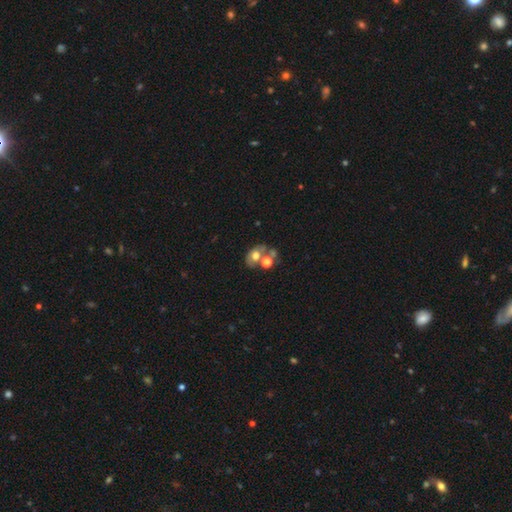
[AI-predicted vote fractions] The model was most divided on "merging": merger: 44%, none: 34%, minor disturbance: 13%, major disturbance: 9%. More confident: how rounded — in between (65%); smooth or featured — smooth (54%).